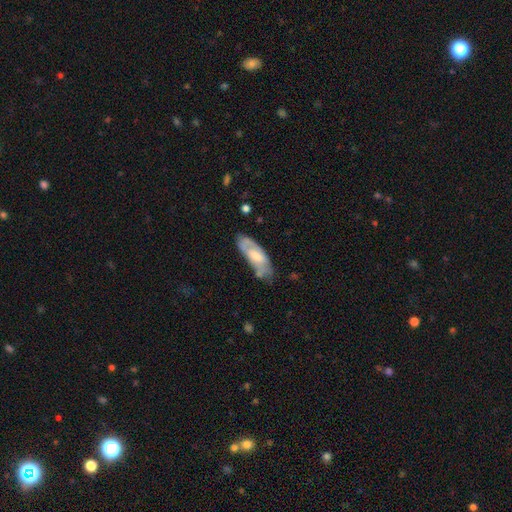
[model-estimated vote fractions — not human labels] The model was most divided on "smooth or featured": smooth: 47%, featured or disk: 46%, star or artifact: 6%. More confident: merging — none (60%).